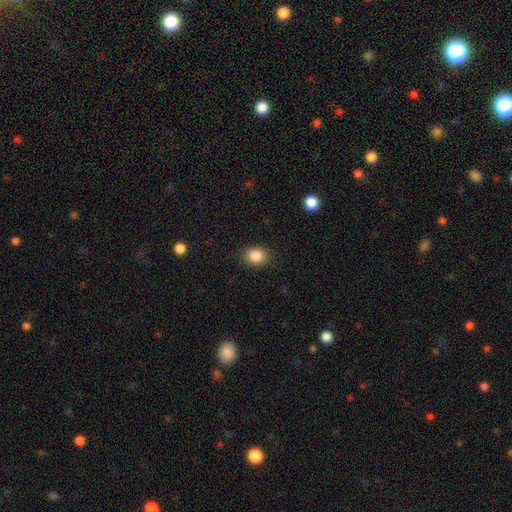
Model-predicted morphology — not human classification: Q: Smooth or featured?
A: smooth (86%); runner-up: star or artifact (9%)
Q: How rounded?
A: in between (52%); runner-up: round (47%)
Q: Merging?
A: none (86%); runner-up: minor disturbance (10%)